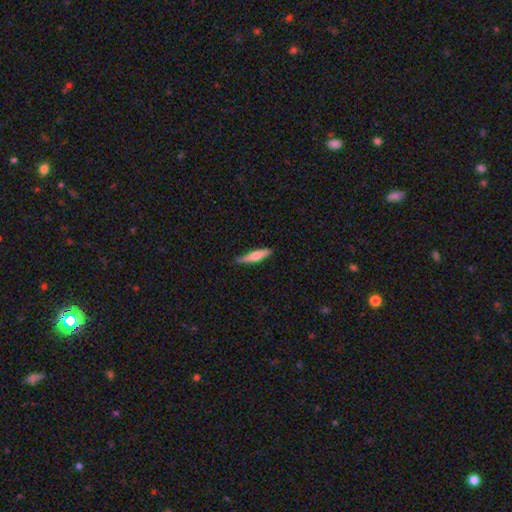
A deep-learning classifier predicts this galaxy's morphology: This is likely a smooth galaxy (65%). How rounded: clearly cigar-shaped (85%). Merging: likely none (79%).